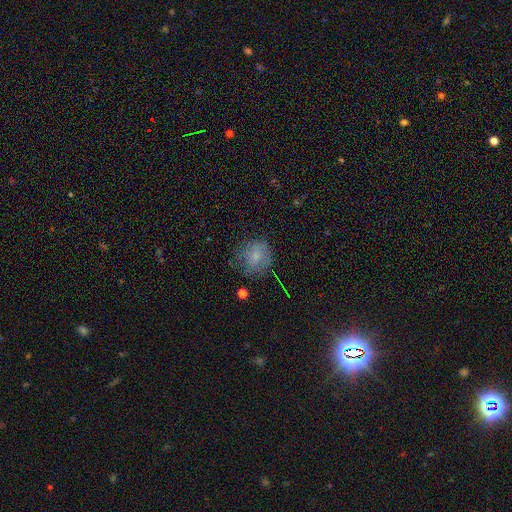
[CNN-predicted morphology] Smooth or featured: smooth — 67% (featured or disk — 19%)
How rounded: round — 77% (in between — 22%)
Merging: none — 61% (minor disturbance — 24%)